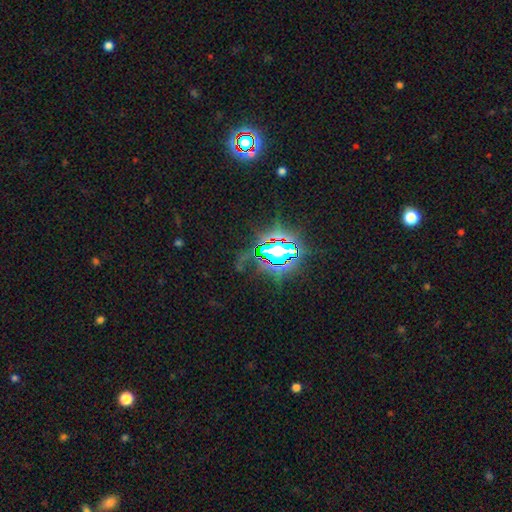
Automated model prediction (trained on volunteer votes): The model was most divided on "smooth or featured": star or artifact: 83%, smooth: 10%, featured or disk: 8%.